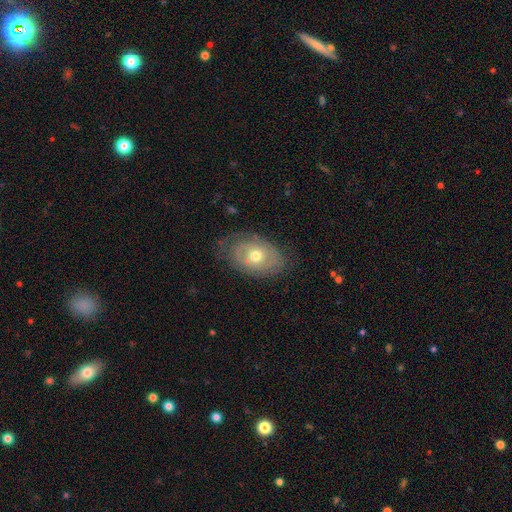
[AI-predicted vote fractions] Smooth or featured? Predicted: featured or disk (p=0.52). Edge-on disk? Predicted: no (p=0.91). Merging? Predicted: none (p=0.67).